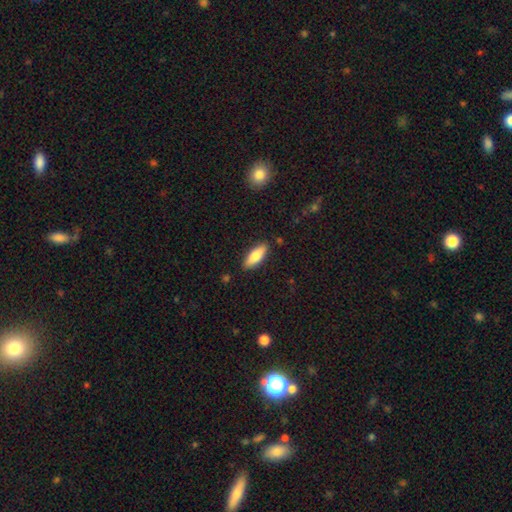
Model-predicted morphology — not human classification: A smooth galaxy with no disk features (76%) that is in between round and cigar-shaped (64%).

Vote fractions:
- Smooth or featured? smooth: 76% / featured or disk: 18% / star or artifact: 6%
- How rounded? in between: 64% / cigar-shaped: 35% / round: 2%
- Merging? none: 86% / minor disturbance: 10% / major disturbance: 2% / merger: 2%